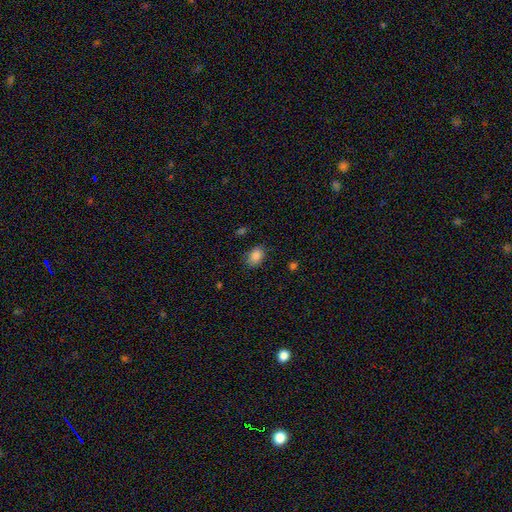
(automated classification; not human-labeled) Smooth or featured?
  - smooth: 86% *
  - star or artifact: 9%
  - featured or disk: 5%
How rounded?
  - in between: 83% *
  - round: 15%
  - cigar-shaped: 1%
Merging?
  - none: 82% *
  - minor disturbance: 13%
  - major disturbance: 3%
  - merger: 1%